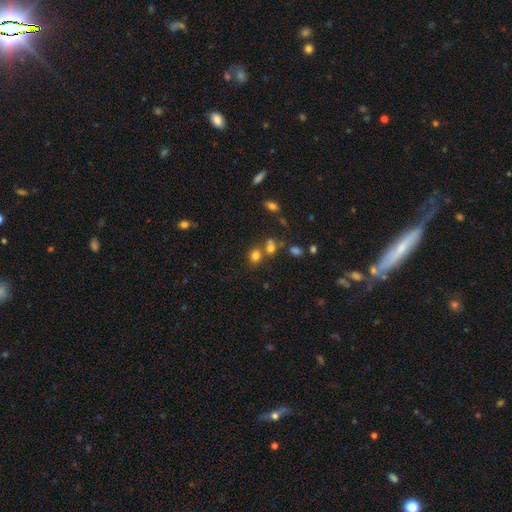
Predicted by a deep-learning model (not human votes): smooth-or-featured: smooth: 75% | star or artifact: 16% | featured or disk: 9%
  how-rounded: round: 68% | in between: 31% | cigar-shaped: 1%
  merging: none: 56% | merger: 31% | minor disturbance: 9% | major disturbance: 4%